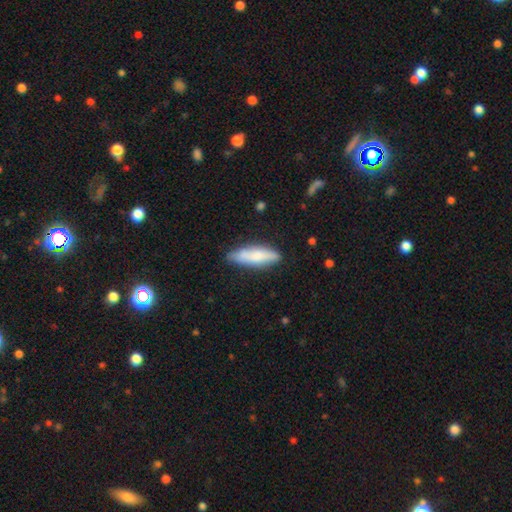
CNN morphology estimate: type=smooth (71%); roundness=cigar-shaped (59%); merging=none (79%).